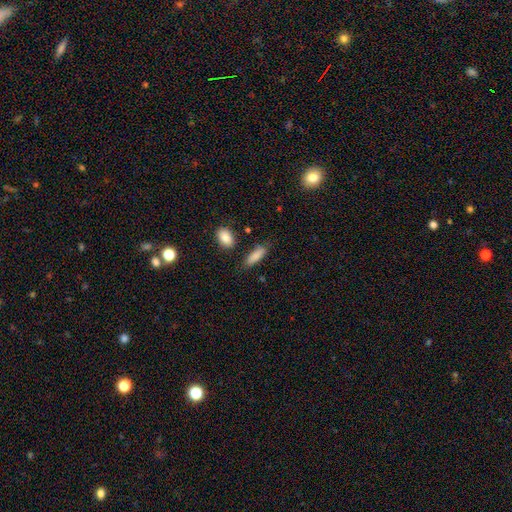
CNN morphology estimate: Q: Smooth or featured?
A: smooth (84%); runner-up: featured or disk (9%)
Q: How rounded?
A: in between (56%); runner-up: cigar-shaped (41%)
Q: Merging?
A: none (74%); runner-up: minor disturbance (17%)